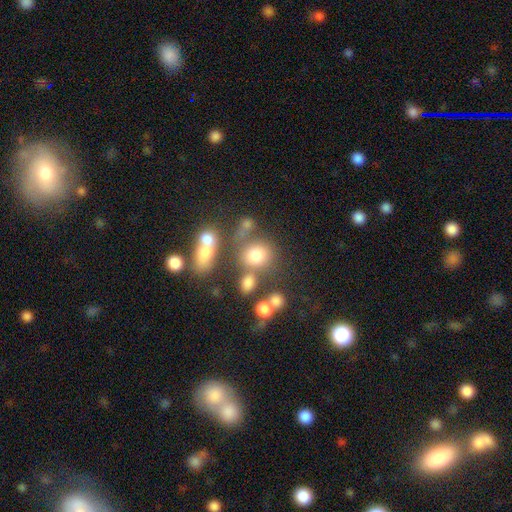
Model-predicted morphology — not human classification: Smooth or featured? Predicted: smooth (p=0.73). How rounded? Predicted: round (p=0.69). Merging? Predicted: none (p=0.46).